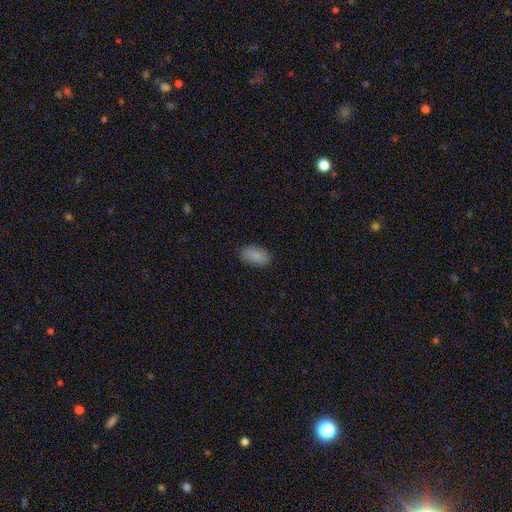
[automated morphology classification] smooth_or_featured: smooth (p=0.88) [alt: star or artifact p=0.07]
how_rounded: in between (p=0.93) [alt: round p=0.04]
merging: none (p=0.86) [alt: minor disturbance p=0.11]